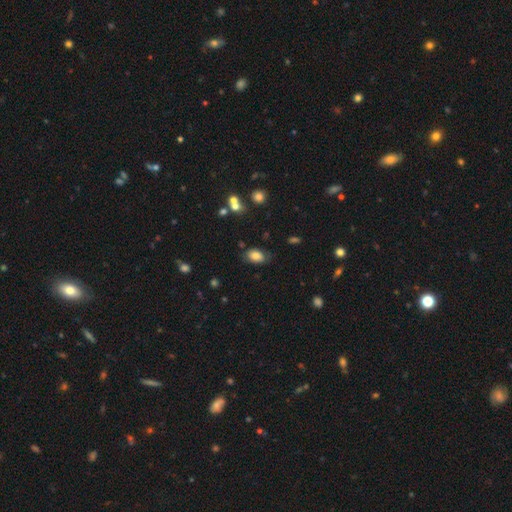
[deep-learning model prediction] Overall: smooth (82%). How rounded: in between (88%). Merging: none (74%).